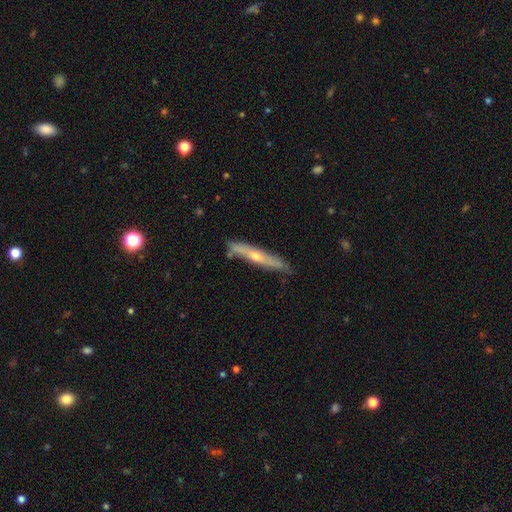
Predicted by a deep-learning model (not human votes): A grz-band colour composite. It shows a featured or disk galaxy (58%) viewed edge-on (87%). Merging: none (75%).